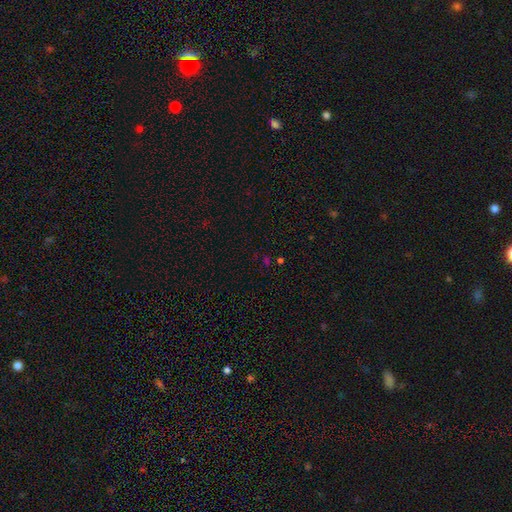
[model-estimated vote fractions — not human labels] Smooth or featured? Predicted: star or artifact (p=0.59).